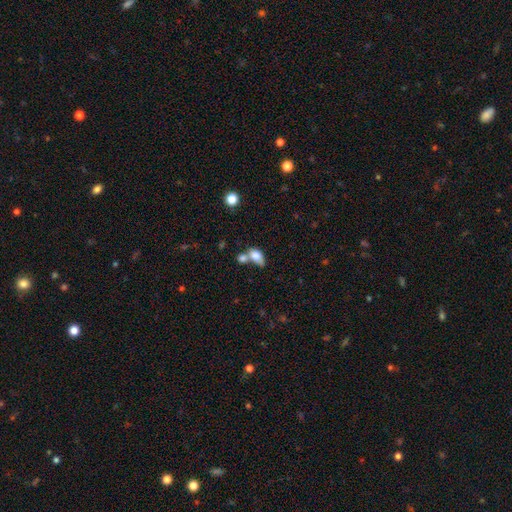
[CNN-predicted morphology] This appears to be a smooth galaxy with no disk features (74%) that is in between round and cigar-shaped (80%). Merging: merger (52%).